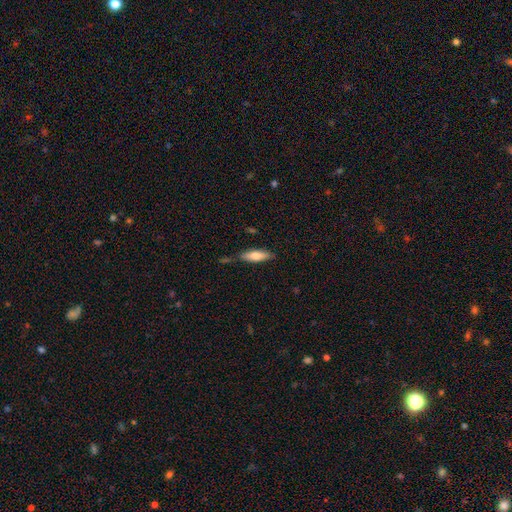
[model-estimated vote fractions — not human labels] Smooth or featured?
  - smooth: 70% *
  - featured or disk: 24%
  - star or artifact: 6%
How rounded?
  - cigar-shaped: 56% *
  - in between: 42%
  - round: 2%
Merging?
  - none: 70% *
  - minor disturbance: 19%
  - merger: 6%
  - major disturbance: 5%